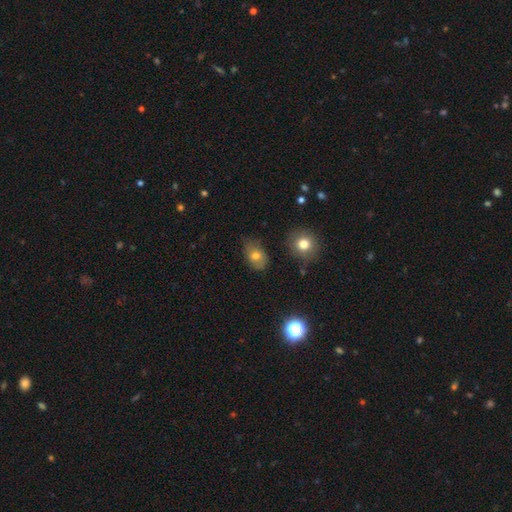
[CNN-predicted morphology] A smooth galaxy with no disk features (70%) that is in between round and cigar-shaped (75%).

Vote fractions:
- Smooth or featured? smooth: 70% / featured or disk: 18% / star or artifact: 12%
- How rounded? in between: 75% / round: 24% / cigar-shaped: 1%
- Merging? none: 66% / minor disturbance: 25% / major disturbance: 7% / merger: 2%